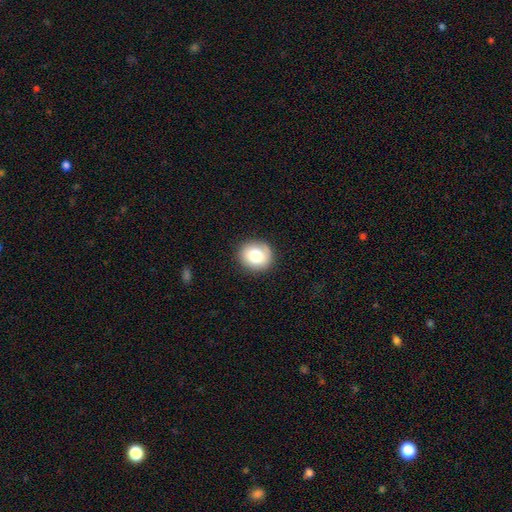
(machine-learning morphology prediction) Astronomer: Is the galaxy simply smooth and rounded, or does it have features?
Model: smooth — 76%.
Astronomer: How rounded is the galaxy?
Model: round — 79%.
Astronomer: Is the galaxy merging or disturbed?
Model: none — 86%.